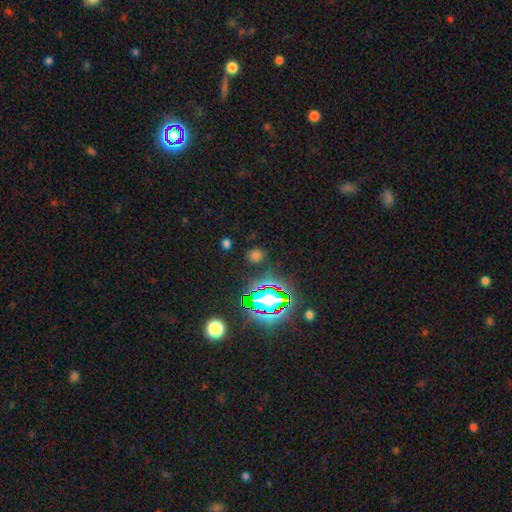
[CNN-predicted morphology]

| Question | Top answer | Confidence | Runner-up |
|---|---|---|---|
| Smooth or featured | smooth | 58% | star or artifact (35%) |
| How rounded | round | 79% | in between (20%) |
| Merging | none | 84% | minor disturbance (9%) |